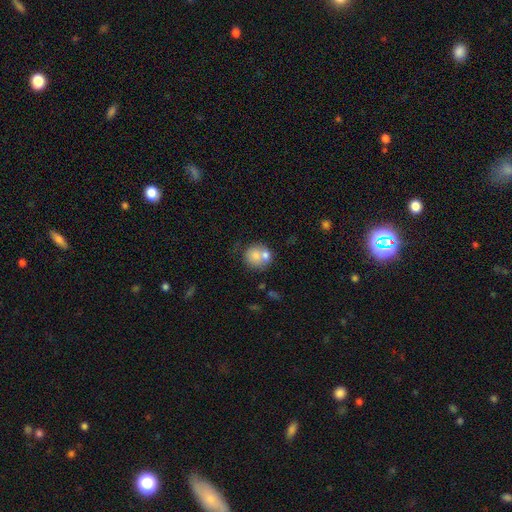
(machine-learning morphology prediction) smooth-or-featured: smooth: 71% | featured or disk: 21% | star or artifact: 8%
  how-rounded: round: 81% | in between: 18% | cigar-shaped: 1%
  merging: merger: 45% | none: 39% | minor disturbance: 11% | major disturbance: 5%